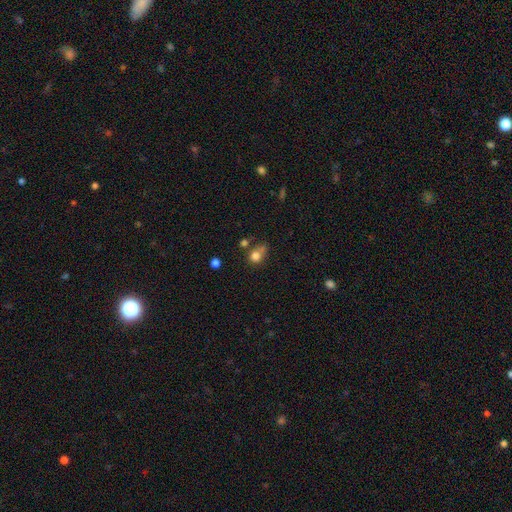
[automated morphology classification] Smooth or featured? smooth (78%)
How rounded? round (66%)
Merging? none (40%)